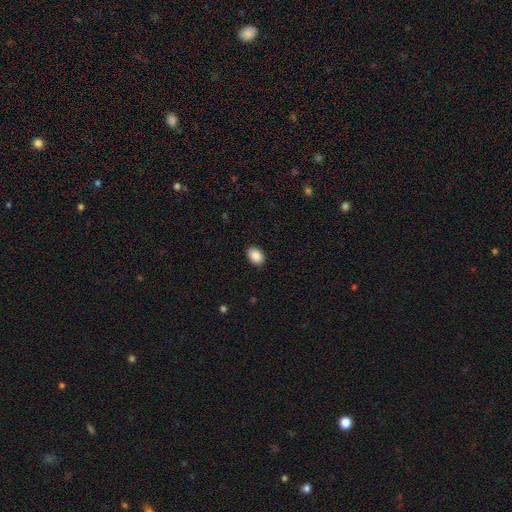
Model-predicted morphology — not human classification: Smooth or featured? Predicted: smooth (p=0.90). How rounded? Predicted: in between (p=0.80). Merging? Predicted: none (p=0.89).